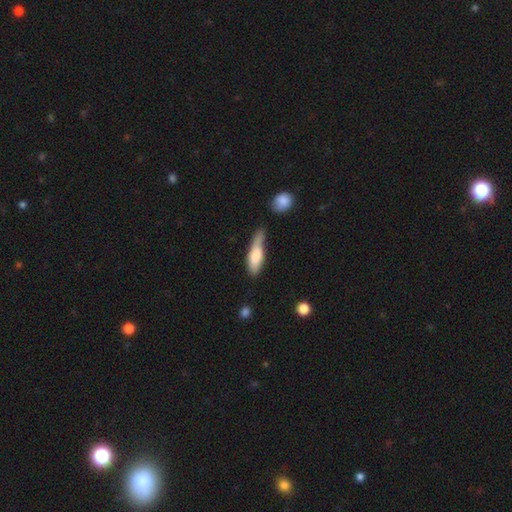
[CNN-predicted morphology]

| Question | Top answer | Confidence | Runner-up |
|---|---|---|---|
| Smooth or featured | smooth | 74% | featured or disk (20%) |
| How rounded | cigar-shaped | 54% | in between (44%) |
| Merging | none | 41% | minor disturbance (36%) |